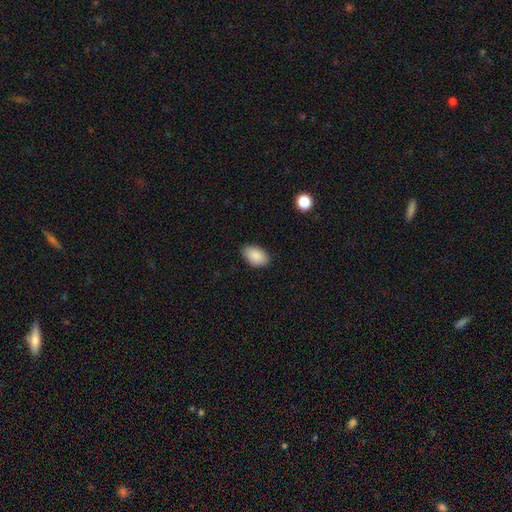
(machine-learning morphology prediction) smooth_or_featured: smooth (p=0.89) [alt: star or artifact p=0.07]
how_rounded: in between (p=0.93) [alt: round p=0.06]
merging: none (p=0.85) [alt: minor disturbance p=0.12]